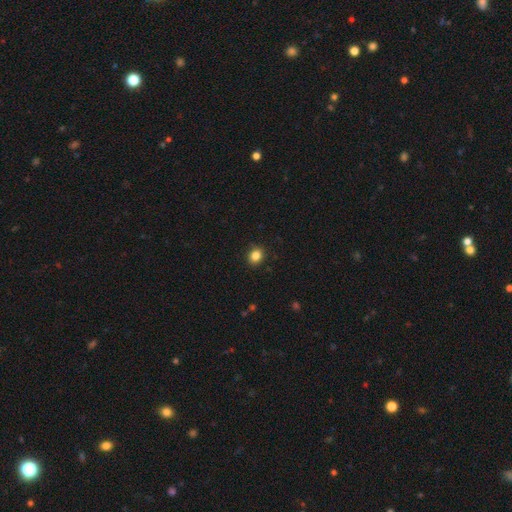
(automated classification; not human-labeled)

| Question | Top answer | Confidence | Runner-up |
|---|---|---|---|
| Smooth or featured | smooth | 85% | star or artifact (10%) |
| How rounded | round | 63% | in between (36%) |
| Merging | none | 91% | minor disturbance (7%) |